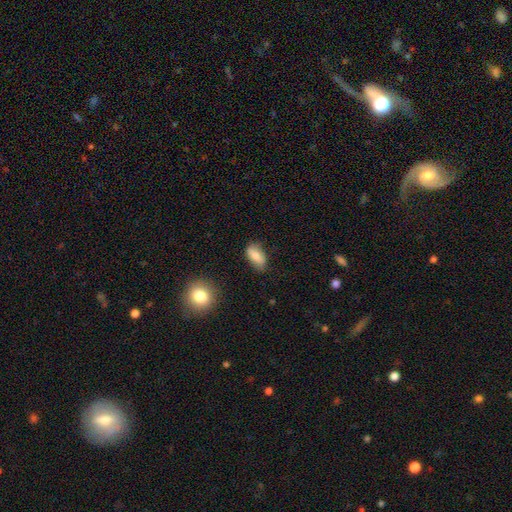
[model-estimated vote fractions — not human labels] Q: Smooth or featured?
A: smooth (81%); runner-up: featured or disk (12%)
Q: How rounded?
A: in between (87%); runner-up: cigar-shaped (9%)
Q: Merging?
A: none (73%); runner-up: minor disturbance (21%)